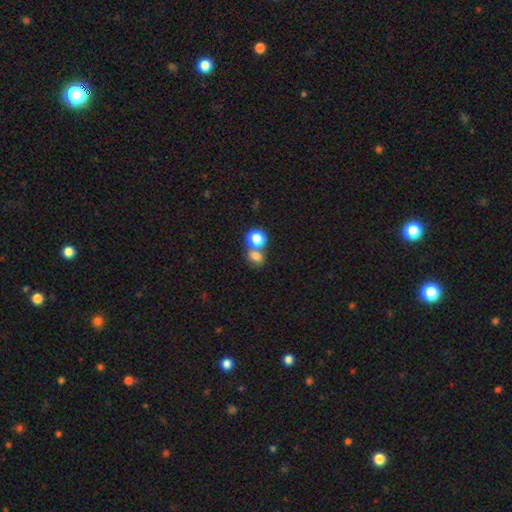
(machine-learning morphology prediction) Overall: smooth (78%). How rounded: round (59%; in between 39%). Merging: merger (48%; none 39%).